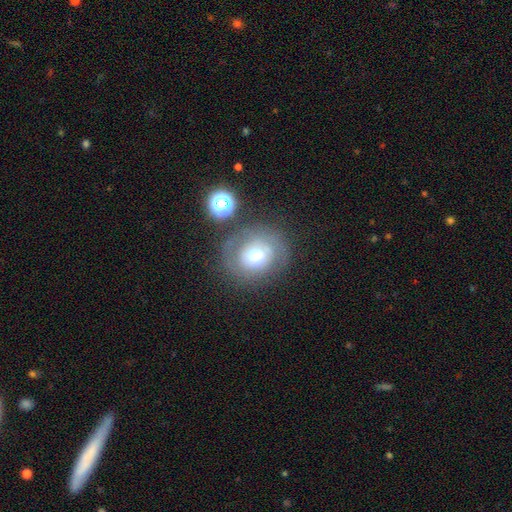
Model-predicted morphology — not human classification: smooth-or-featured: smooth: 50% | featured or disk: 38% | star or artifact: 11%
  how-rounded: round: 73% | in between: 26% | cigar-shaped: 1%
  merging: none: 68% | minor disturbance: 17% | major disturbance: 10% | merger: 6%